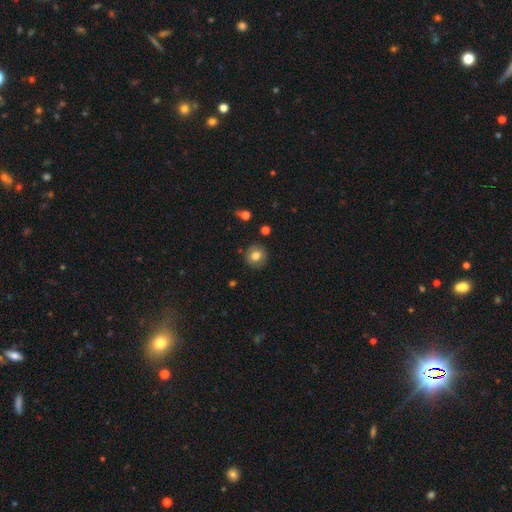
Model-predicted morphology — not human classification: Smooth or featured?
  - smooth: 79% *
  - featured or disk: 11%
  - star or artifact: 10%
How rounded?
  - round: 91% *
  - in between: 8%
  - cigar-shaped: 1%
Merging?
  - none: 88% *
  - minor disturbance: 8%
  - major disturbance: 2%
  - merger: 2%